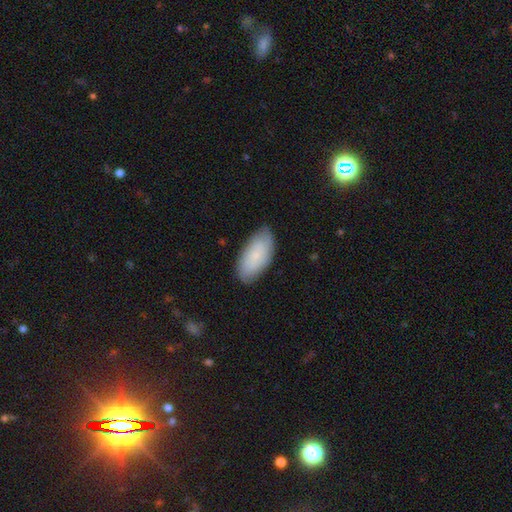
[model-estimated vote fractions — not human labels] Overall: smooth (74%). How rounded: in between (93%). Merging: none (82%).